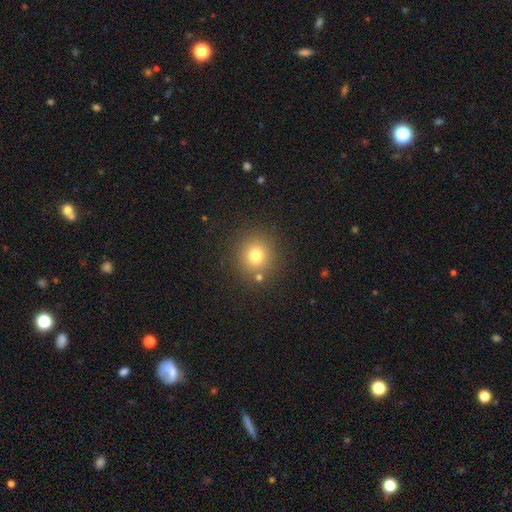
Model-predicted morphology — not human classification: Smooth or featured? smooth (75%)
How rounded? round (90%)
Merging? none (83%)